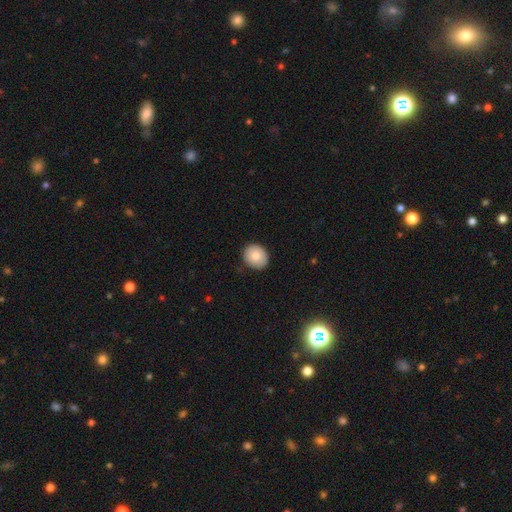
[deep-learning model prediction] Smooth or featured? Predicted: smooth (p=0.83). How rounded? Predicted: round (p=0.70). Merging? Predicted: none (p=0.87).